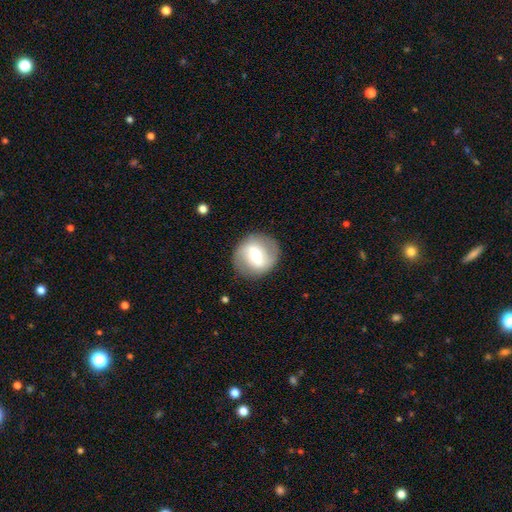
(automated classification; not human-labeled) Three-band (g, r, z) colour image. It shows a featured or disk galaxy (54%) with a strong bar (43%), no spiral arms (52%) and a moderate central bulge (62%). Merging: none (85%).